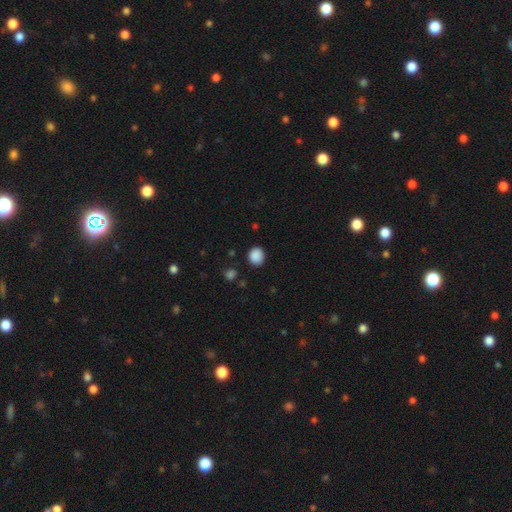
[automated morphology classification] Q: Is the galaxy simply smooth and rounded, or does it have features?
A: smooth — 88%.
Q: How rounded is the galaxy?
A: round — 77%.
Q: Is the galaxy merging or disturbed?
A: none — 86%.